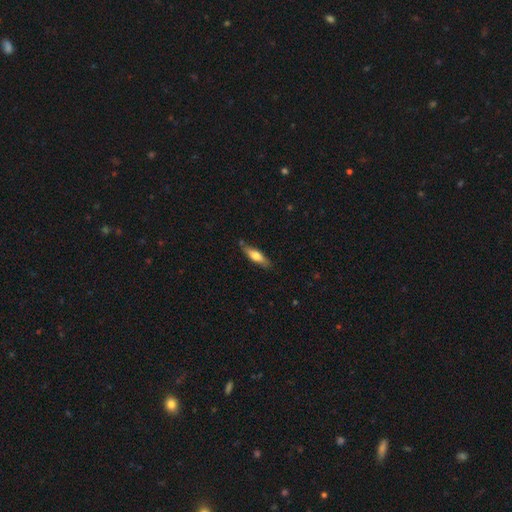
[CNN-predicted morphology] smooth_or_featured: smooth (p=0.60) [alt: featured or disk p=0.34]
how_rounded: cigar-shaped (p=0.55) [alt: in between p=0.43]
merging: none (p=0.80) [alt: minor disturbance p=0.15]